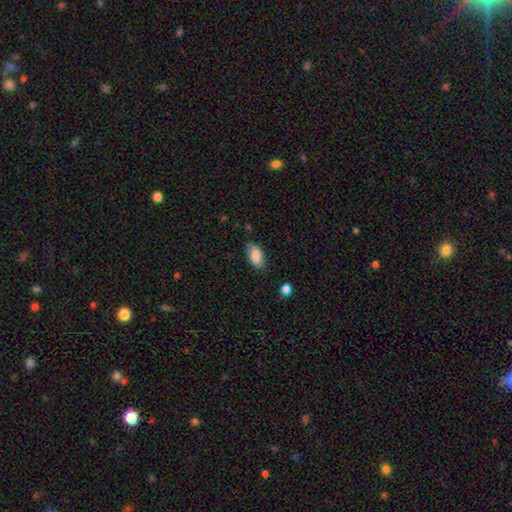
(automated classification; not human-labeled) This appears to be a smooth galaxy with no disk features (86%) that is in between round and cigar-shaped (92%). Merging: none (79%).